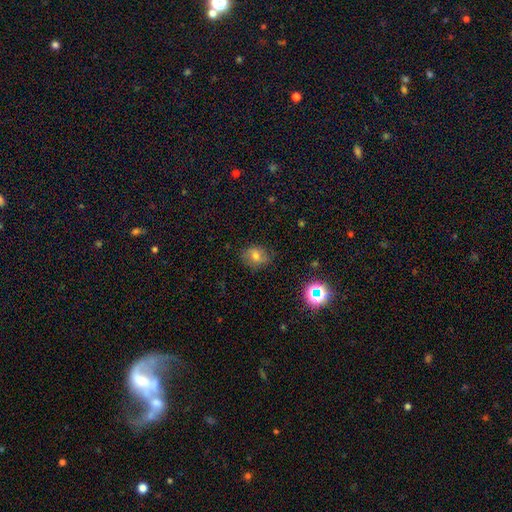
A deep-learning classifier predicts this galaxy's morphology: Overall: smooth (64%). How rounded: round (53%; in between 46%). Merging: none (78%).